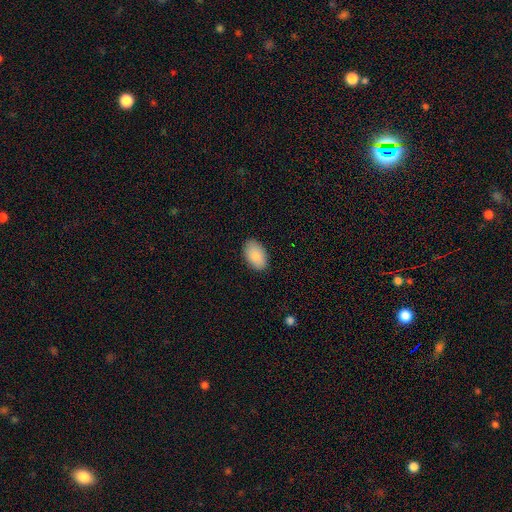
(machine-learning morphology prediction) A smooth galaxy with no disk features (88%) that is in between round and cigar-shaped (93%).

Vote fractions:
- Smooth or featured? smooth: 88% / star or artifact: 6% / featured or disk: 6%
- How rounded? in between: 93% / round: 6% / cigar-shaped: 1%
- Merging? none: 88% / minor disturbance: 9% / major disturbance: 2% / merger: 1%